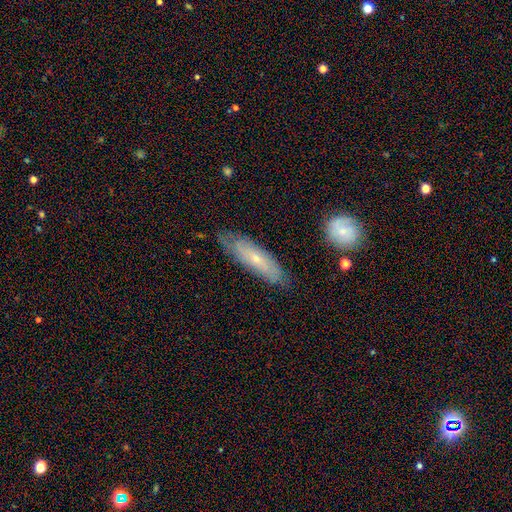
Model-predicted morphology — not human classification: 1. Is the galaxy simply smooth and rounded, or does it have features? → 50% featured or disk, 34% smooth, 16% star or artifact.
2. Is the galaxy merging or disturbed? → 81% none, 14% minor disturbance, 3% major disturbance, 2% merger.